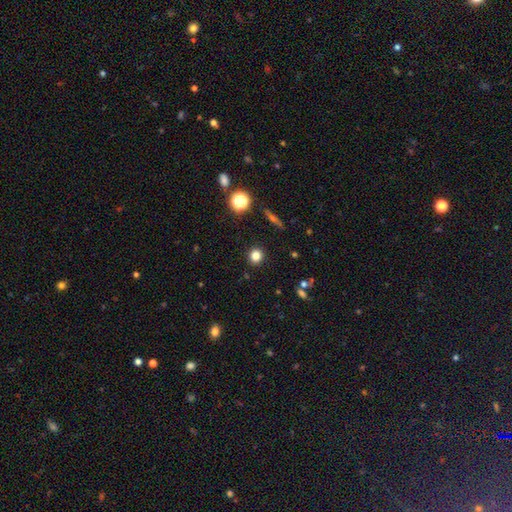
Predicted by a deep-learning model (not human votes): This is clearly a smooth galaxy (81%). How rounded: clearly round (89%). Merging: clearly none (91%).